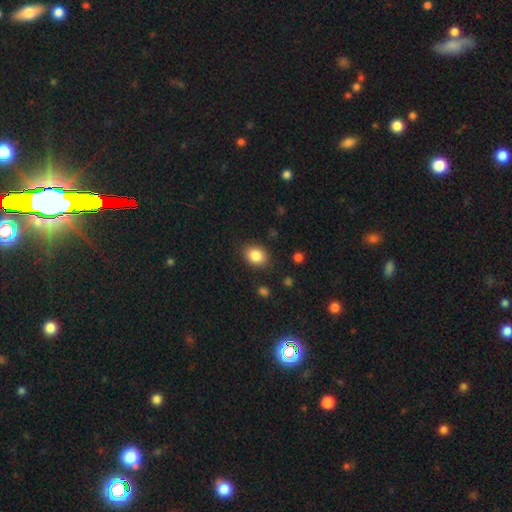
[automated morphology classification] type=smooth (86%); roundness=in between (65%); merging=none (86%).